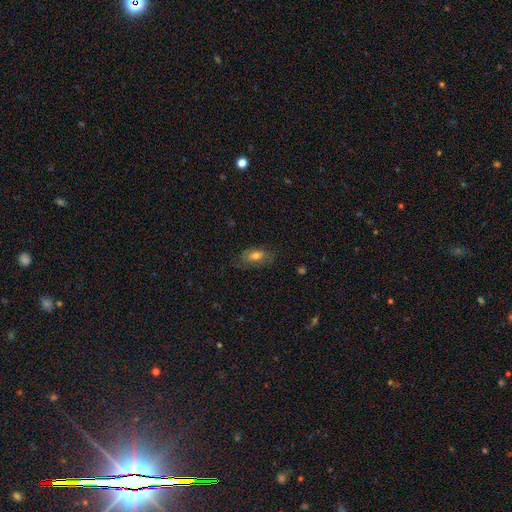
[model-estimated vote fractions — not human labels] A smooth galaxy with no disk features (64%) that is in between round and cigar-shaped (87%). Merging: none (66%).